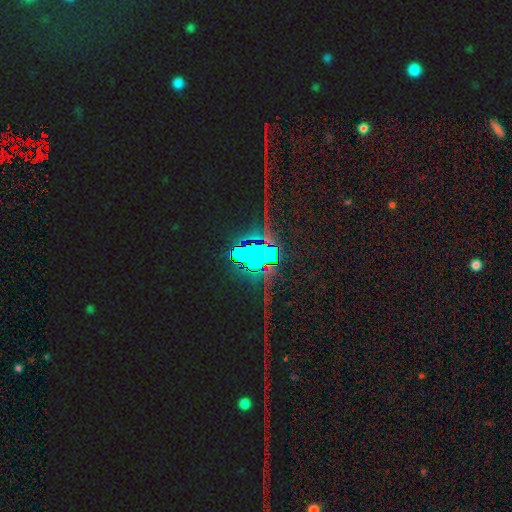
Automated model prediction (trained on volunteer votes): A star or artifact, not a galaxy (80%).